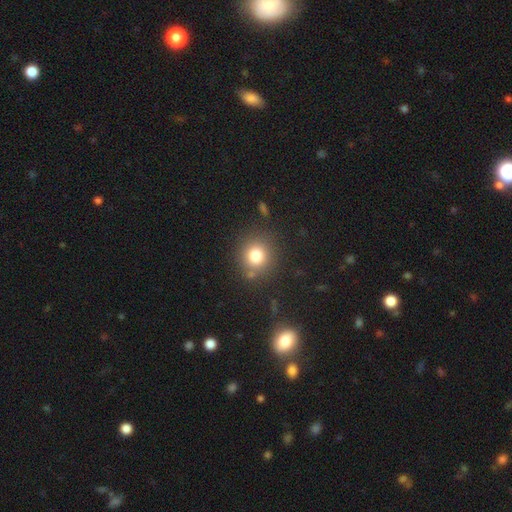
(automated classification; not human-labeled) smooth-or-featured: smooth: 79% | star or artifact: 13% | featured or disk: 8%
  how-rounded: round: 88% | in between: 11% | cigar-shaped: 1%
  merging: none: 80% | minor disturbance: 10% | merger: 6% | major disturbance: 4%